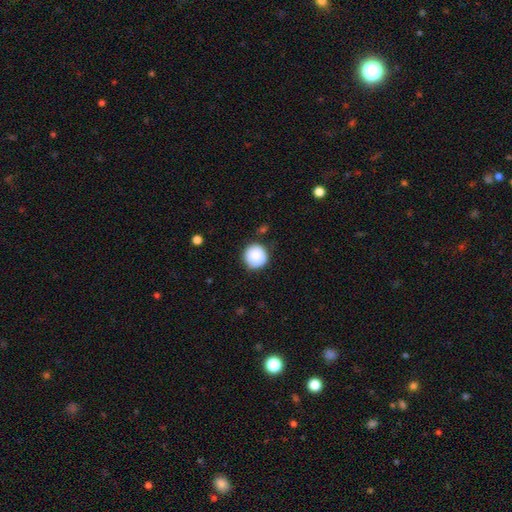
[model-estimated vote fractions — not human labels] Morphology: type=smooth (86%); roundness=round (92%); merging=none (78%).